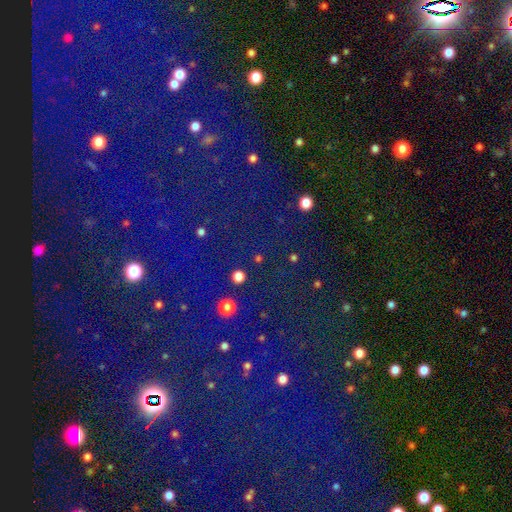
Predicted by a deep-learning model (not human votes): A star or artifact, not a galaxy (81%).

Vote fractions:
- Smooth or featured? star or artifact: 81% / smooth: 11% / featured or disk: 7%